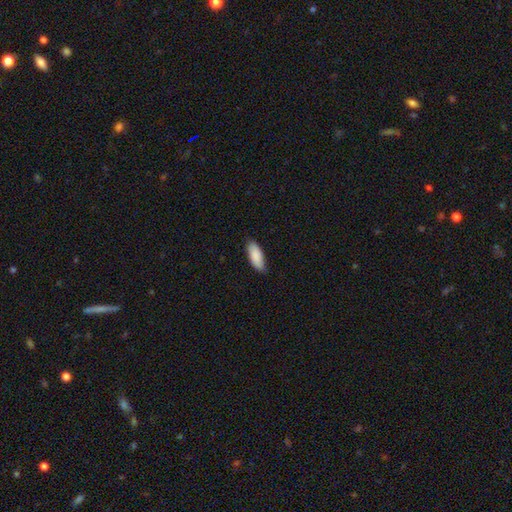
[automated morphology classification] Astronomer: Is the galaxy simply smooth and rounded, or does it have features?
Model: smooth — 89%.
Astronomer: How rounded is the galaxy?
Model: in between — 80%.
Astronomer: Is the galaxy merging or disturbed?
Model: none — 81%.